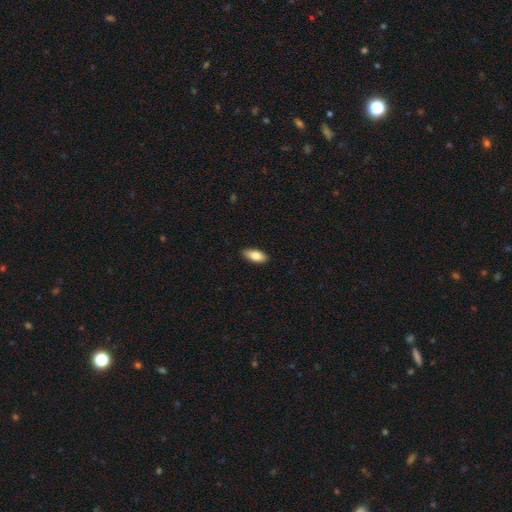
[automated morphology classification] Smooth or featured: smooth — 83% (featured or disk — 11%)
How rounded: in between — 86% (cigar-shaped — 12%)
Merging: none — 89% (minor disturbance — 8%)